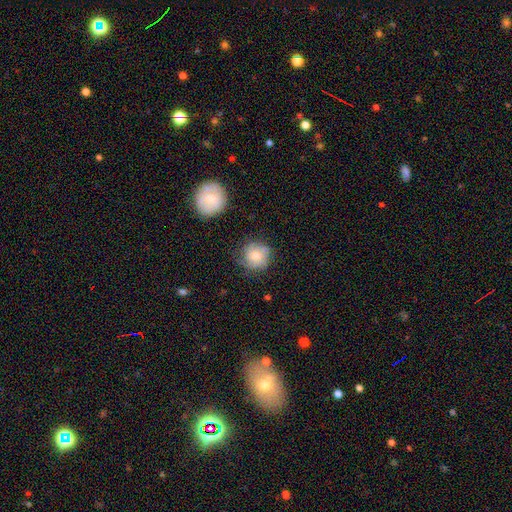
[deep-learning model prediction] A smooth galaxy with no disk features (65%) that is round (89%).

Vote fractions:
- Smooth or featured? smooth: 65% / featured or disk: 26% / star or artifact: 9%
- How rounded? round: 89% / in between: 10% / cigar-shaped: 1%
- Merging? none: 64% / minor disturbance: 25% / major disturbance: 8% / merger: 3%